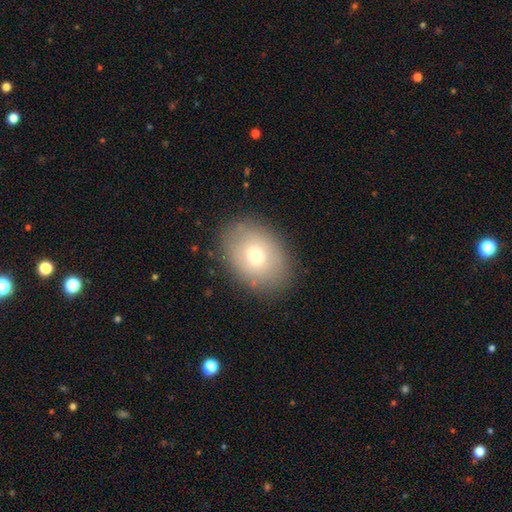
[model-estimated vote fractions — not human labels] Morphology: type=smooth (69%); roundness=in between (74%); merging=none (84%).